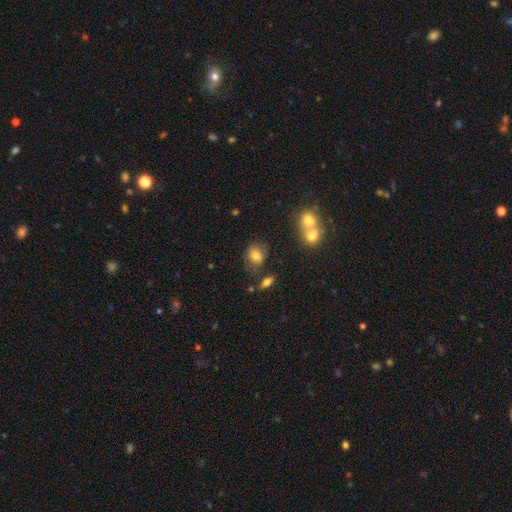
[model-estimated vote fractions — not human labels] The model was most divided on "how rounded": in between: 57%, round: 42%, cigar-shaped: 2%. More confident: smooth or featured — smooth (78%); merging — none (69%).